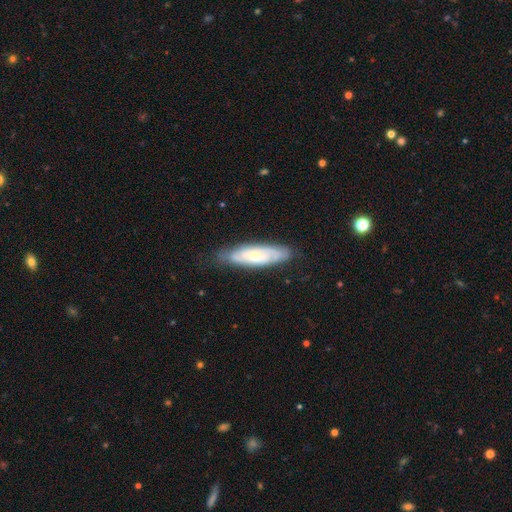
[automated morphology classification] Smooth or featured? Predicted: featured or disk (p=0.60). Edge-on disk? Predicted: no (p=0.71). Merging? Predicted: none (p=0.75).